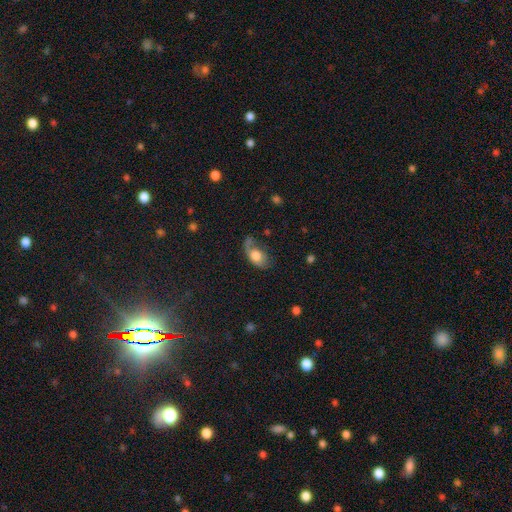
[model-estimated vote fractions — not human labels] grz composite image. It shows a smooth galaxy with no disk features (65%) that is in between round and cigar-shaped (87%). Merging: none (35%).